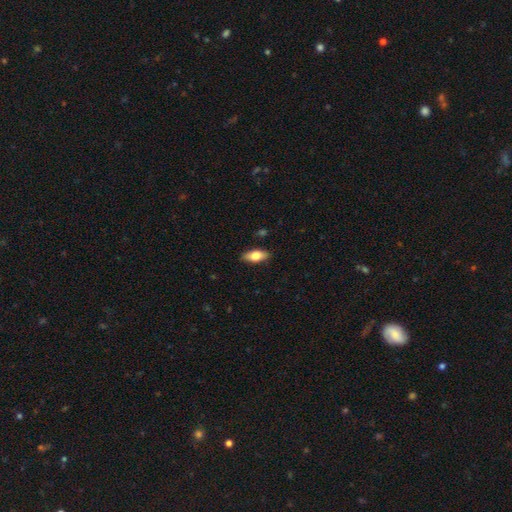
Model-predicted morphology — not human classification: Smooth or featured? smooth (72%)
How rounded? in between (83%)
Merging? none (87%)